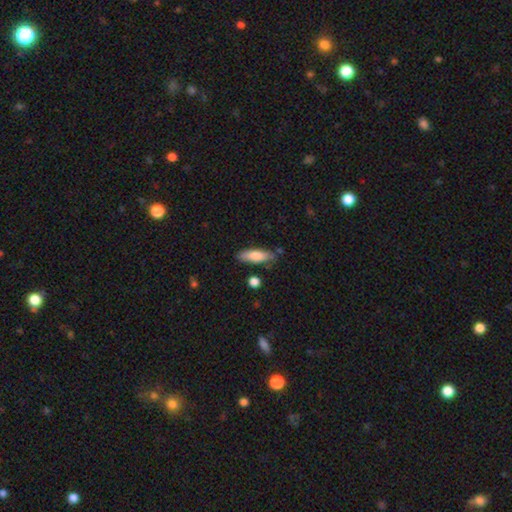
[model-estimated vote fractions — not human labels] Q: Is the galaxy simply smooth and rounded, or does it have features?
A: smooth — 77%.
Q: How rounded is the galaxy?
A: cigar-shaped — 52%.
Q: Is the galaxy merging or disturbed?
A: none — 78%.